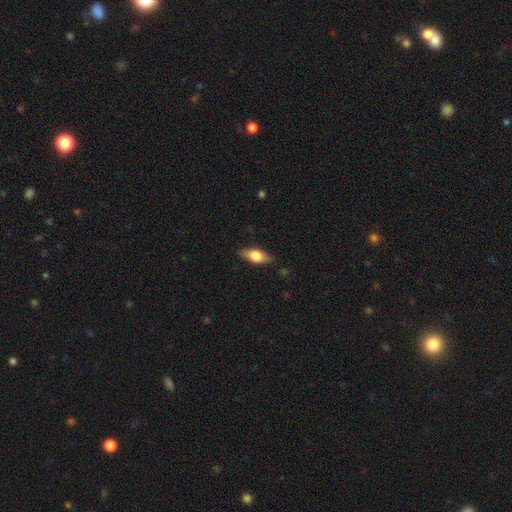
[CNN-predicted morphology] smooth_or_featured: smooth (p=0.66) [alt: featured or disk p=0.27]
how_rounded: in between (p=0.80) [alt: cigar-shaped p=0.16]
merging: none (p=0.82) [alt: minor disturbance p=0.14]